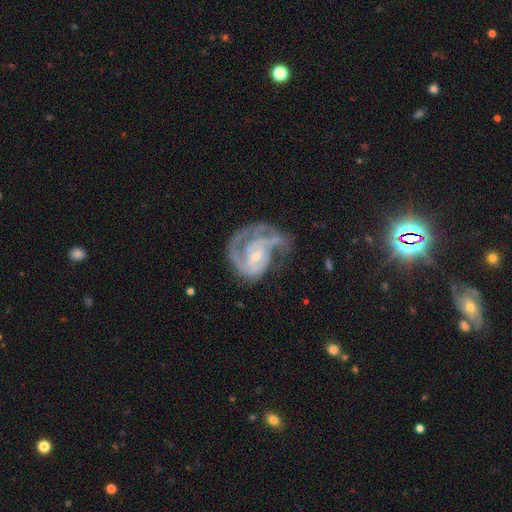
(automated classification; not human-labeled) smooth_or_featured: featured or disk (p=0.88) [alt: smooth p=0.07]
disk_edge_on: no (p=0.98) [alt: yes p=0.02]
bar: no (p=0.52) [alt: weak p=0.38]
has_spiral_arms: yes (p=0.95) [alt: no p=0.05]
spiral_winding: tight (p=0.48) [alt: medium p=0.41]
spiral_arm_count: 2 (p=0.47) [alt: can't tell p=0.16]
bulge_size: small (p=0.71) [alt: moderate p=0.24]
merging: none (p=0.41) [alt: major disturbance p=0.32]